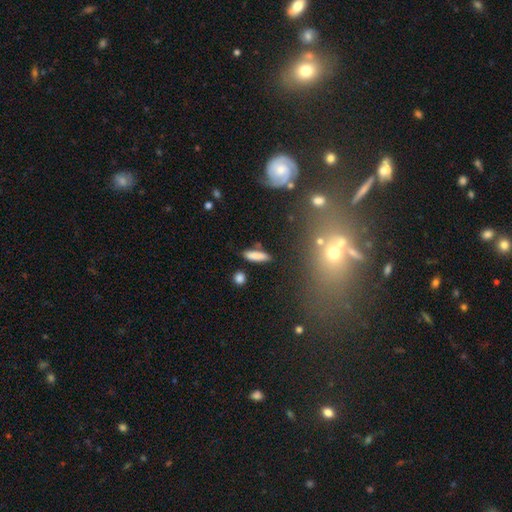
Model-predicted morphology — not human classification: The model was most divided on "how rounded": cigar-shaped: 65%, in between: 32%, round: 2%. More confident: smooth or featured — smooth (83%); merging — none (82%).